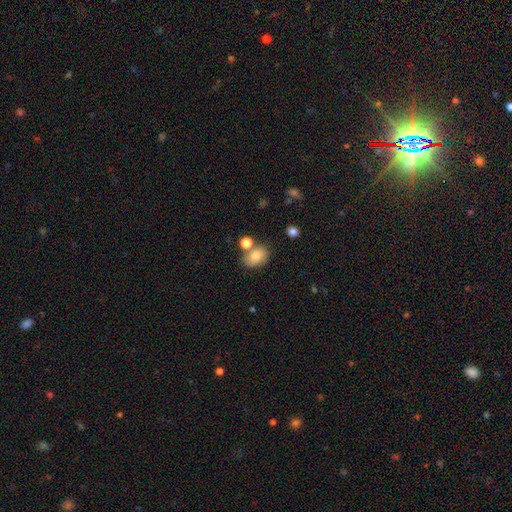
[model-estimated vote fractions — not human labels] This appears to be a smooth galaxy with no disk features (81%) that is in between round and cigar-shaped (74%). Merging: none (65%).